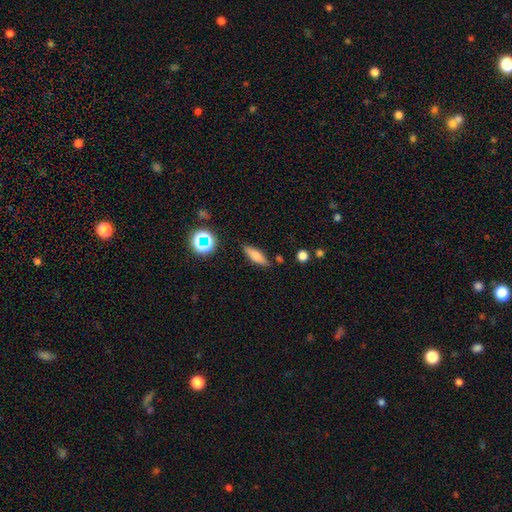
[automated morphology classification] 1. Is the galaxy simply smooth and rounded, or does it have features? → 68% smooth, 22% featured or disk, 10% star or artifact.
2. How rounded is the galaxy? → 54% cigar-shaped, 42% in between, 4% round.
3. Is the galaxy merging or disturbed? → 82% none, 12% minor disturbance, 3% merger, 3% major disturbance.